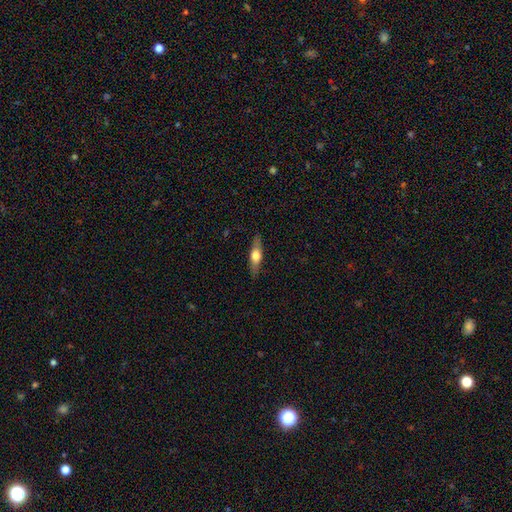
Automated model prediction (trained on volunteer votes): A smooth galaxy with no disk features (48%).

Vote fractions:
- Smooth or featured? smooth: 48% / featured or disk: 47% / star or artifact: 6%
- Merging? none: 85% / minor disturbance: 11% / major disturbance: 2% / merger: 1%